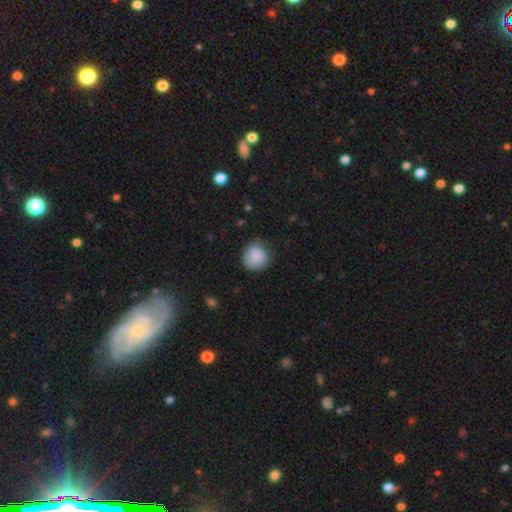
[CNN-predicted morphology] A smooth galaxy with no disk features (84%) that is round (87%).

Vote fractions:
- Smooth or featured? smooth: 84% / featured or disk: 9% / star or artifact: 7%
- How rounded? round: 87% / in between: 12% / cigar-shaped: 1%
- Merging? none: 69% / minor disturbance: 23% / major disturbance: 7% / merger: 2%